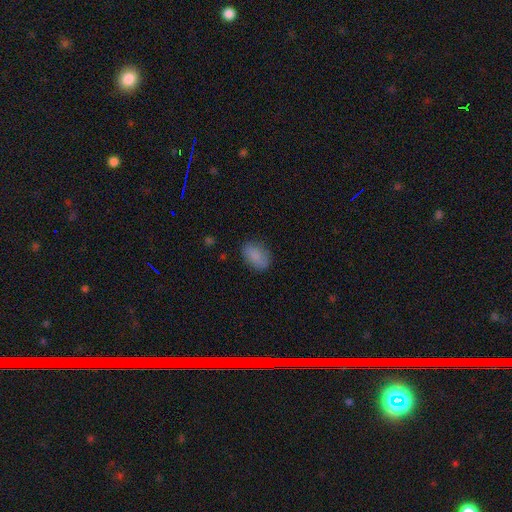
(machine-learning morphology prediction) The model was most divided on "merging": none: 80%, minor disturbance: 15%, major disturbance: 4%, merger: 1%. More confident: how rounded — in between (86%); smooth or featured — smooth (85%).